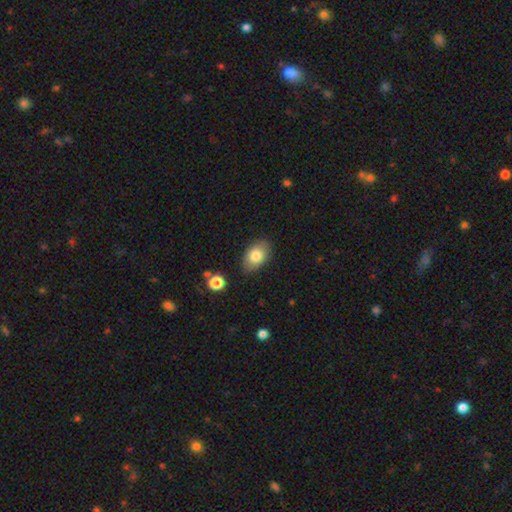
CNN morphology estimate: smooth 80%, featured or disk 12%, star or artifact 8%. Down the decision tree: how rounded — in between (87%); merging — none (81%).